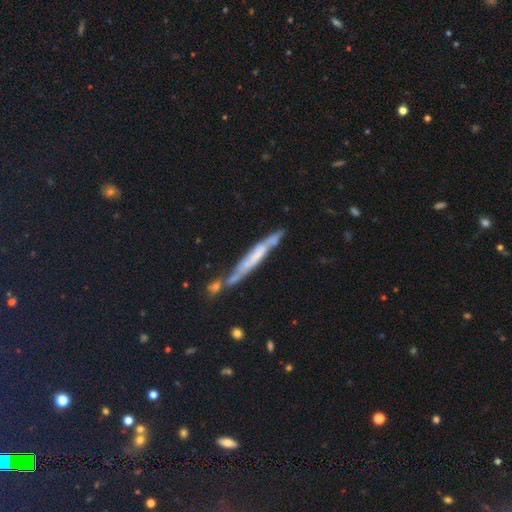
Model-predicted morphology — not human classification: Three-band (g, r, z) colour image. It shows a featured or disk galaxy (59%) viewed edge-on (80%). Merging: none (58%).